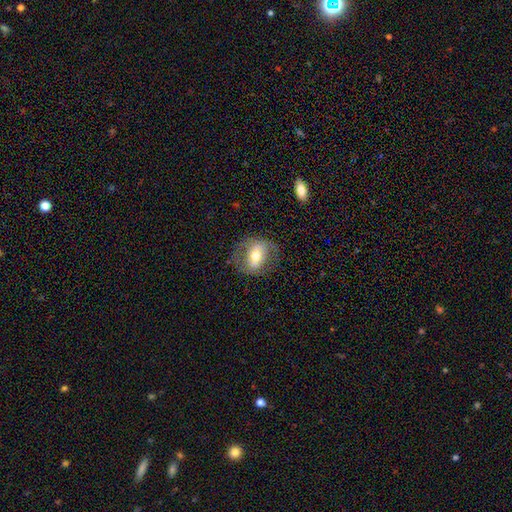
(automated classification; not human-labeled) Smooth or featured? featured or disk (53%)
Edge-on disk? no (90%)
Merging? none (70%)